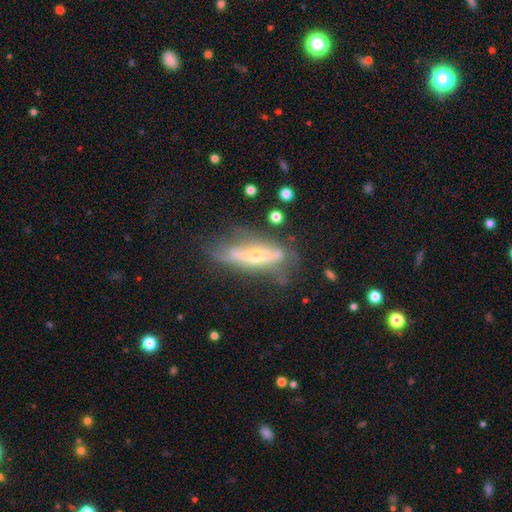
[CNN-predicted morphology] Smooth or featured: featured or disk — 68% (smooth — 25%)
Edge-on disk: yes — 59% (no — 41%)
Merging: none — 52% (minor disturbance — 27%)